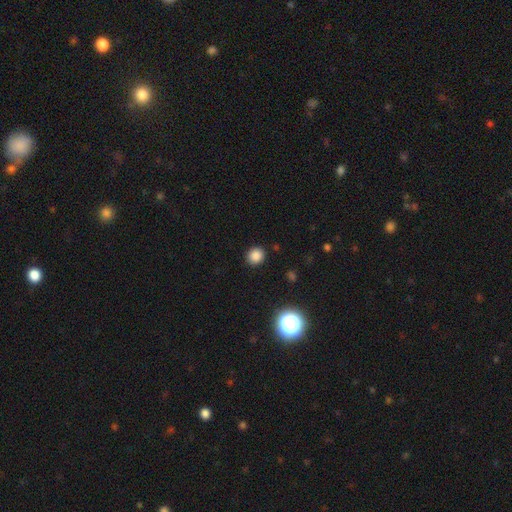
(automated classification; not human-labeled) smooth_or_featured: smooth (p=0.84) [alt: star or artifact p=0.12]
how_rounded: round (p=0.82) [alt: in between p=0.17]
merging: none (p=0.90) [alt: minor disturbance p=0.07]